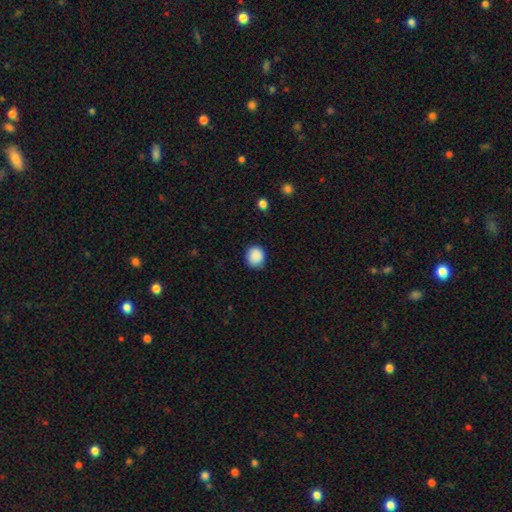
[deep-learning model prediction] smooth_or_featured: smooth (p=0.89) [alt: star or artifact p=0.08]
how_rounded: round (p=0.85) [alt: in between p=0.14]
merging: none (p=0.84) [alt: minor disturbance p=0.12]